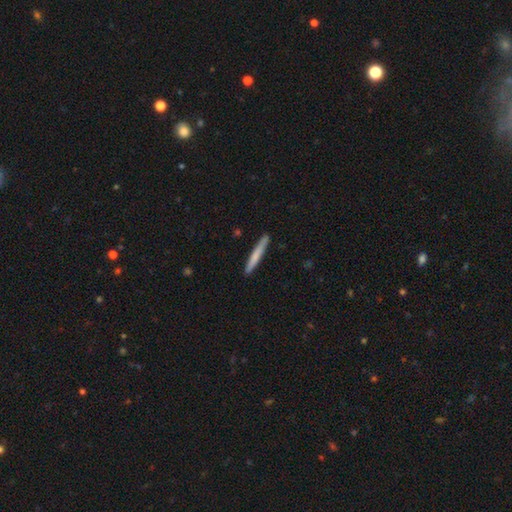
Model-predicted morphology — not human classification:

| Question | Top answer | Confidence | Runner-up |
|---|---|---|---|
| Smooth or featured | smooth | 70% | featured or disk (25%) |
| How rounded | cigar-shaped | 96% | in between (3%) |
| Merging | none | 89% | minor disturbance (8%) |